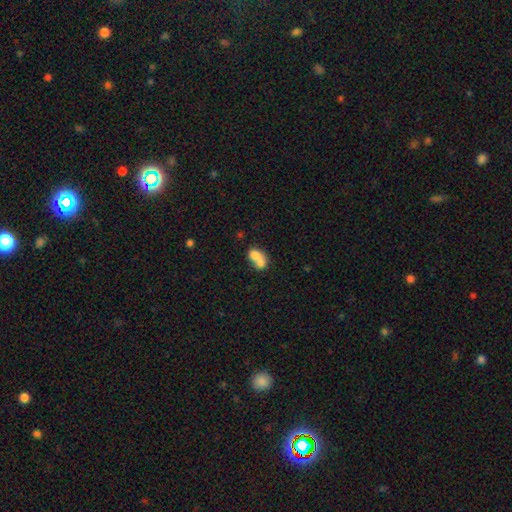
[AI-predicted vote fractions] A smooth galaxy with no disk features (70%) that is in between round and cigar-shaped (59%).

Vote fractions:
- Smooth or featured? smooth: 70% / featured or disk: 21% / star or artifact: 9%
- How rounded? in between: 59% / round: 39% / cigar-shaped: 1%
- Merging? merger: 72% / none: 18% / minor disturbance: 6% / major disturbance: 4%